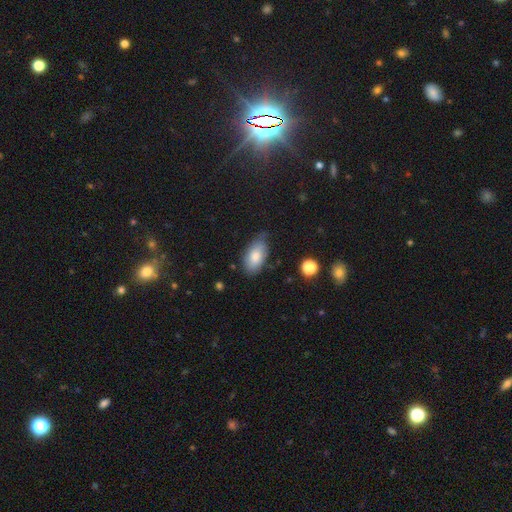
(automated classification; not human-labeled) Overall: smooth (81%). How rounded: in between (93%). Merging: none (67%).